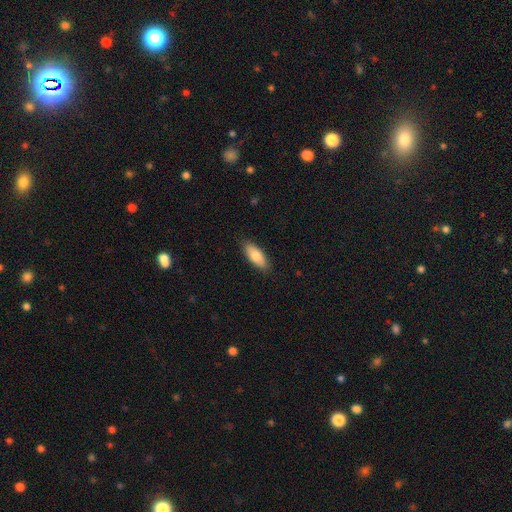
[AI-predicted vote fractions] Smooth or featured: smooth — 77% (featured or disk — 17%)
How rounded: in between — 79% (cigar-shaped — 18%)
Merging: none — 87% (minor disturbance — 10%)